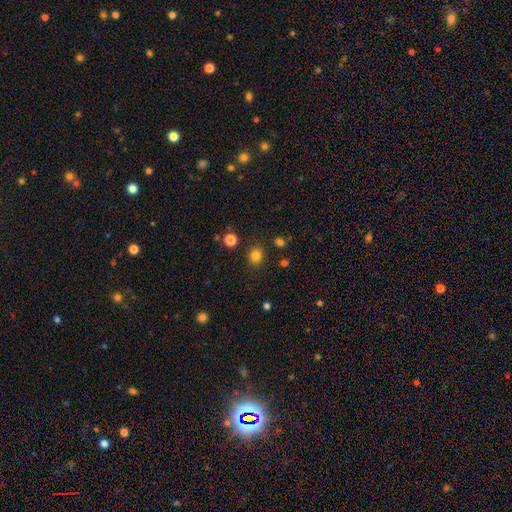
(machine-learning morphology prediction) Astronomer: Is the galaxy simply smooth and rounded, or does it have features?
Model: smooth — 82%.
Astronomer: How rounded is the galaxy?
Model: round — 82%.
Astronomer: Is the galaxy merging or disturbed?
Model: none — 86%.